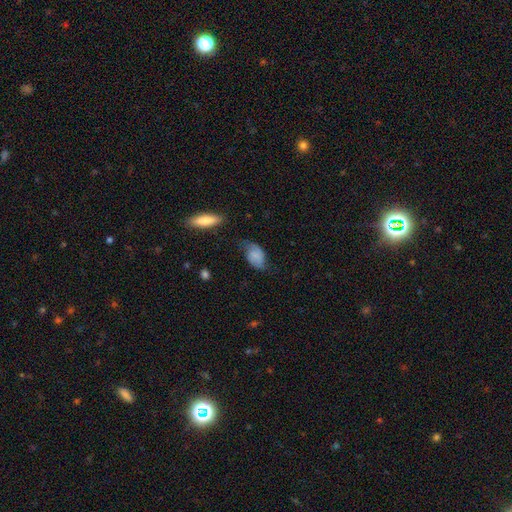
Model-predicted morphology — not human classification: The model was most divided on "merging": none: 47%, minor disturbance: 35%, major disturbance: 14%, merger: 3%. More confident: how rounded — in between (88%); smooth or featured — smooth (64%).